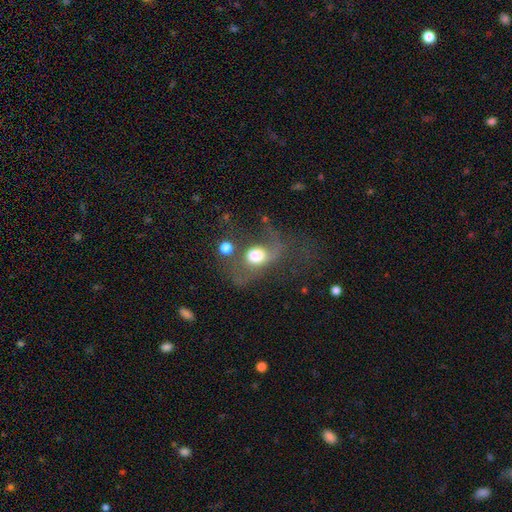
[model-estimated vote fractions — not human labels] The model was most divided on "how rounded": round: 53%, in between: 45%, cigar-shaped: 2%. Remaining: smooth or featured — smooth (53%); merging — major disturbance (45%).